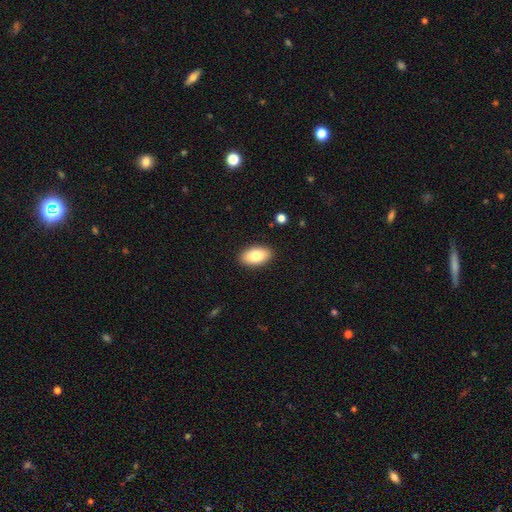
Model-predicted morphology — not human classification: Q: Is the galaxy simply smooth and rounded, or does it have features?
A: smooth — 81%.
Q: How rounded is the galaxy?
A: in between — 94%.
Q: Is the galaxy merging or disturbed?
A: none — 89%.